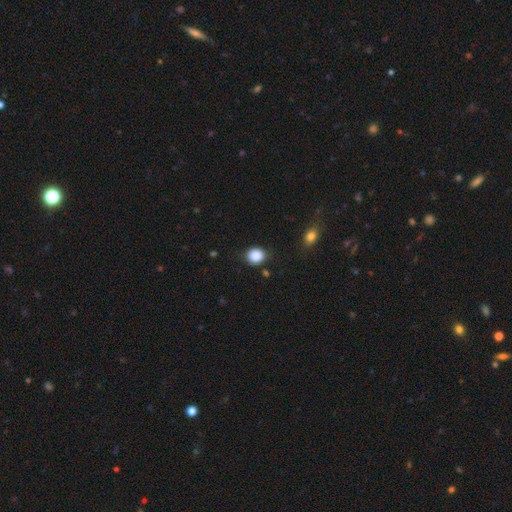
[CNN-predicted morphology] A smooth galaxy with no disk features (88%) that is round (74%). Merging: none (82%).